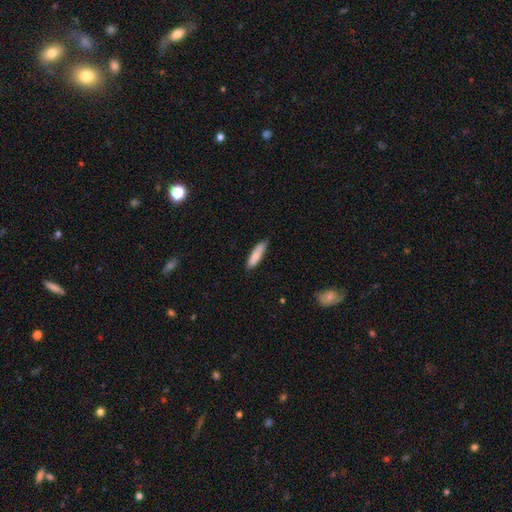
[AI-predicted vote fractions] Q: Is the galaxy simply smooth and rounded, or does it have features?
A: smooth — 82%.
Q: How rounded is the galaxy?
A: cigar-shaped — 69%.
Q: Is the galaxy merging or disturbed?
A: none — 81%.